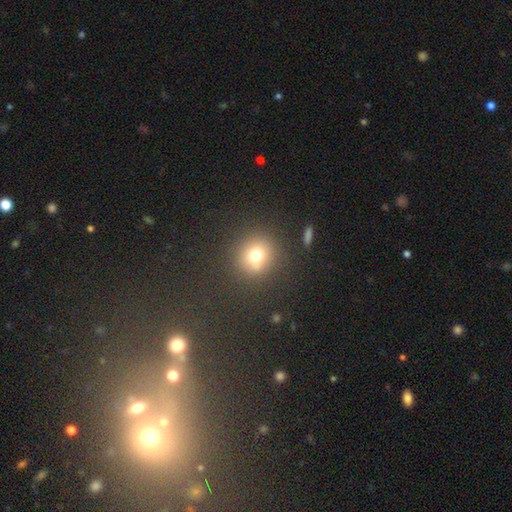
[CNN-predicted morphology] Q: Smooth or featured?
A: smooth (73%); runner-up: star or artifact (17%)
Q: How rounded?
A: round (88%); runner-up: in between (10%)
Q: Merging?
A: none (83%); runner-up: minor disturbance (9%)